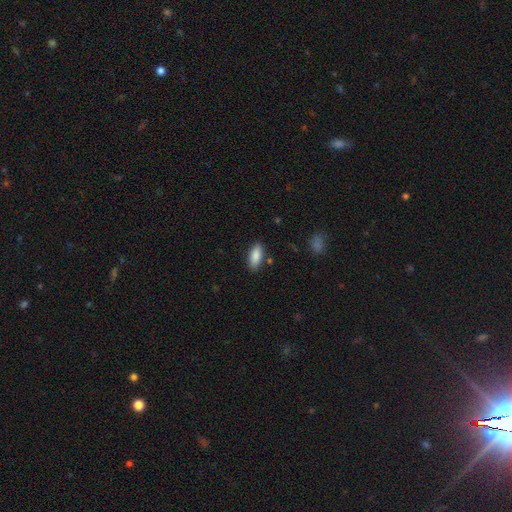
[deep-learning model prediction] Q: Smooth or featured?
A: smooth (88%); runner-up: star or artifact (6%)
Q: How rounded?
A: in between (83%); runner-up: cigar-shaped (15%)
Q: Merging?
A: none (85%); runner-up: minor disturbance (10%)